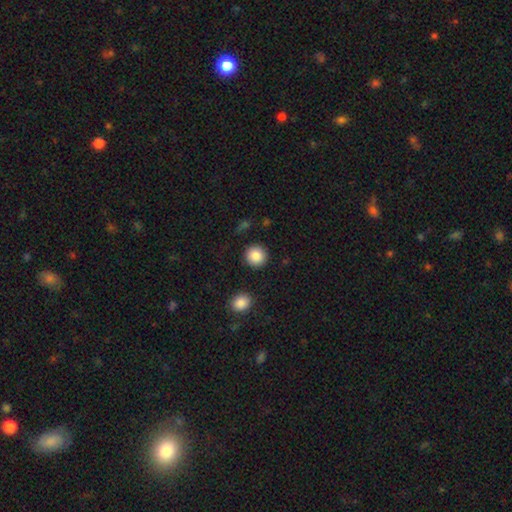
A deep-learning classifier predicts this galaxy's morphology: smooth 86%, star or artifact 9%, featured or disk 5%. Down the decision tree: how rounded — round (95%); merging — none (90%).